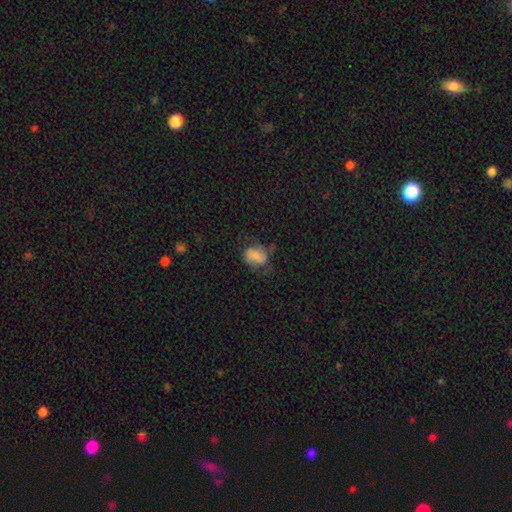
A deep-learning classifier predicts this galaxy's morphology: Smooth or featured? smooth (63%)
How rounded? in between (64%)
Merging? none (45%)